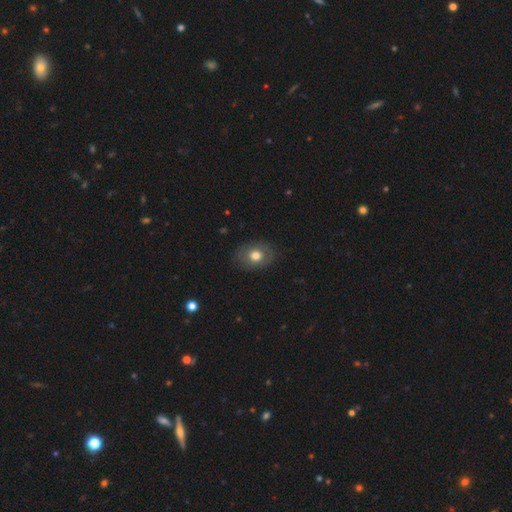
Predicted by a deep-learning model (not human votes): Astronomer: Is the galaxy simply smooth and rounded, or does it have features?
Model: smooth — 68%.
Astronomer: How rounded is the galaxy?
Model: in between — 57% (runner-up: round, 42%).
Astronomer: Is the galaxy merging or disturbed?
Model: none — 83%.